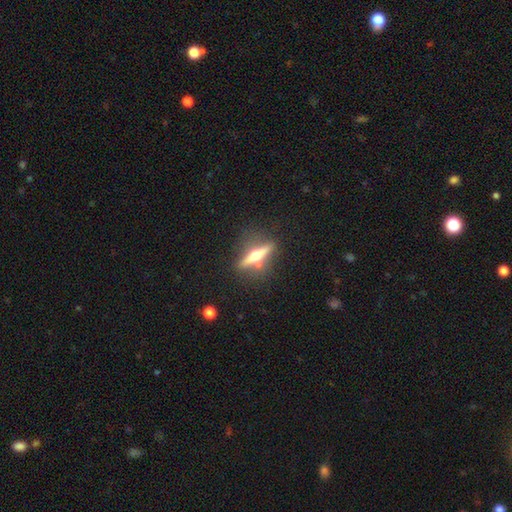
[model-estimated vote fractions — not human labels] This is likely a featured or disk galaxy (73%). It is clearly viewed edge-on (95%). Edge-on bulge: clearly rounded (96%). Merging: likely none (79%).